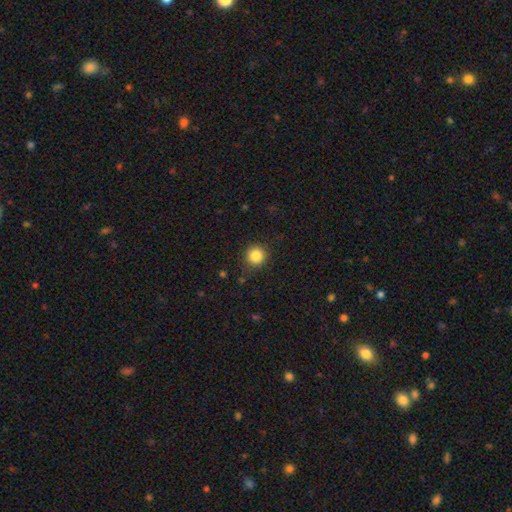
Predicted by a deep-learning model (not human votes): Smooth or featured?
  - smooth: 85% *
  - star or artifact: 11%
  - featured or disk: 4%
How rounded?
  - round: 93% *
  - in between: 7%
  - cigar-shaped: 1%
Merging?
  - none: 88% *
  - minor disturbance: 9%
  - major disturbance: 3%
  - merger: 1%